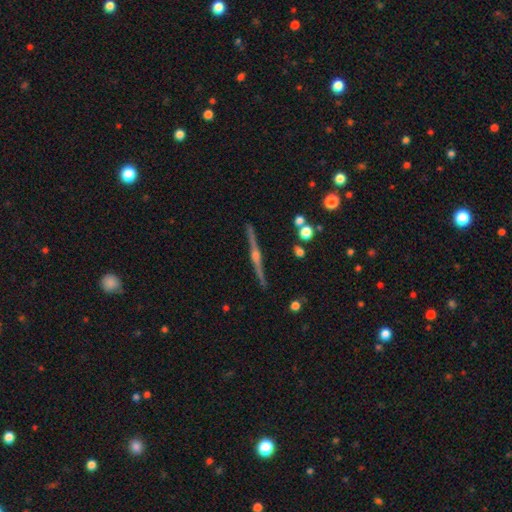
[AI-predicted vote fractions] Morphology: type=featured or disk (83%); edge-on=yes (97%); edge-on bulge=rounded (90%); merging=none (88%).